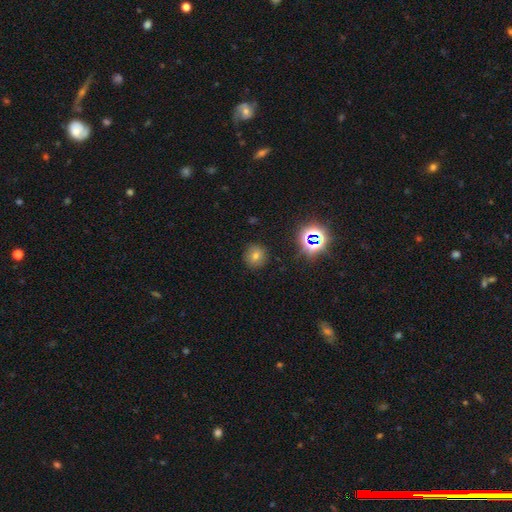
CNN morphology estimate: smooth 66%, star or artifact 23%, featured or disk 12%. Down the decision tree: how rounded — round (92%); merging — none (88%).